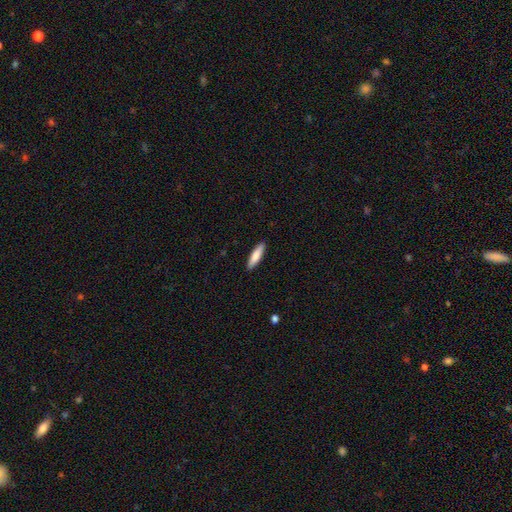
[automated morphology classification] Smooth or featured?
  - smooth: 81% *
  - featured or disk: 14%
  - star or artifact: 5%
How rounded?
  - cigar-shaped: 74% *
  - in between: 25%
  - round: 1%
Merging?
  - none: 90% *
  - minor disturbance: 7%
  - major disturbance: 2%
  - merger: 1%